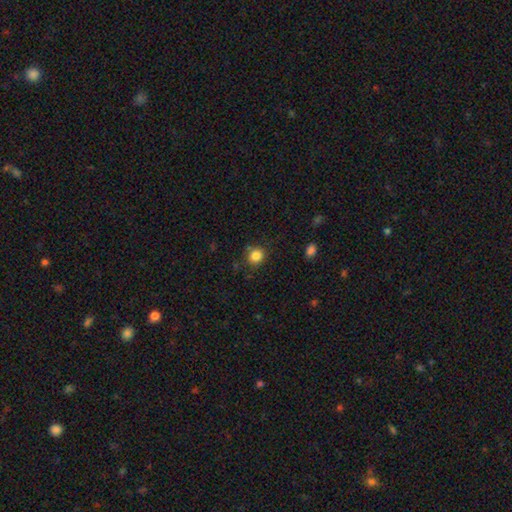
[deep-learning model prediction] Smooth or featured? smooth (84%)
How rounded? round (85%)
Merging? none (83%)